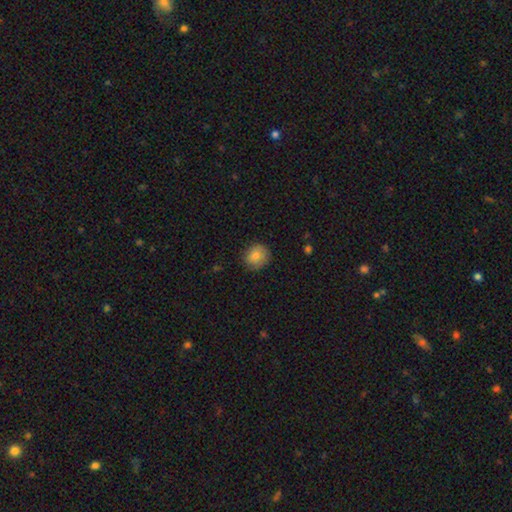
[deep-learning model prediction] Smooth or featured? Predicted: smooth (p=0.80). How rounded? Predicted: round (p=0.85). Merging? Predicted: none (p=0.83).